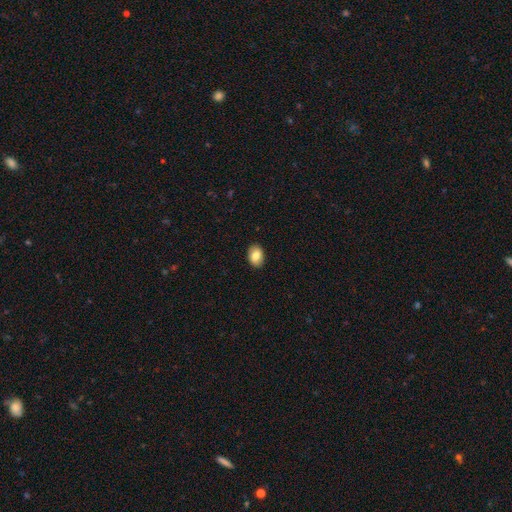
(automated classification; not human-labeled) The model was most divided on "how rounded": in between: 80%, round: 19%, cigar-shaped: 1%. More confident: merging — none (90%); smooth or featured — smooth (83%).